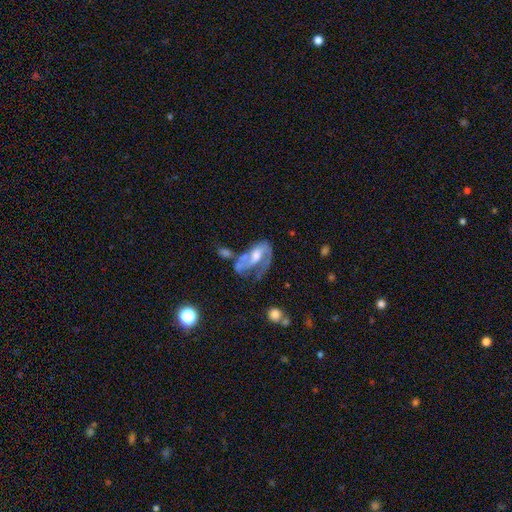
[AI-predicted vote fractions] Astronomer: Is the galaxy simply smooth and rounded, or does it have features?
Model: featured or disk — 71%.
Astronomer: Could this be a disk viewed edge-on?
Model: no — 94%.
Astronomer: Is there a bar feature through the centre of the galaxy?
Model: no — 49% (runner-up: weak, 35%).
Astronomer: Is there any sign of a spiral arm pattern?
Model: yes — 73%.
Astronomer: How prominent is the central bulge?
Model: moderate — 56%.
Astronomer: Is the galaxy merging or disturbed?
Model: major disturbance — 35% (runner-up: merger, 24%).